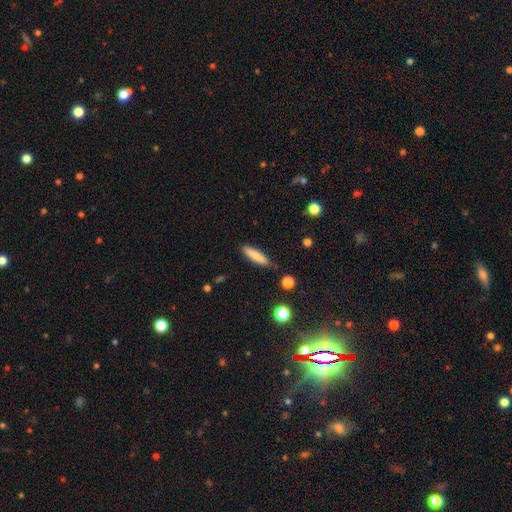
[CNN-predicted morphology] This appears to be a smooth galaxy with no disk features (81%) that is cigar-shaped (77%). Merging: none (84%).